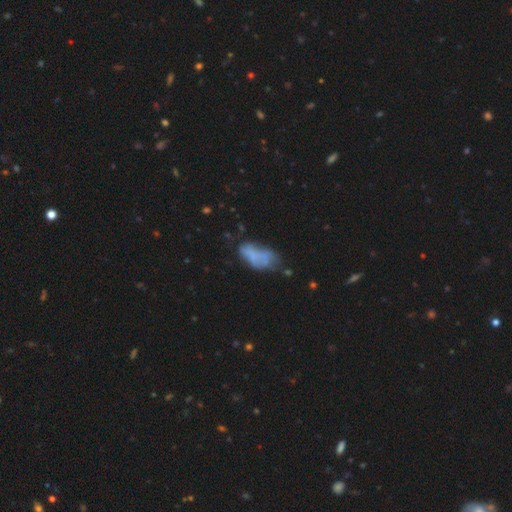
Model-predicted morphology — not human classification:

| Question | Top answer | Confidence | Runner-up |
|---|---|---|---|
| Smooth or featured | smooth | 53% | featured or disk (35%) |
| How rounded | in between | 88% | cigar-shaped (8%) |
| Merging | none | 33% | minor disturbance (26%) |